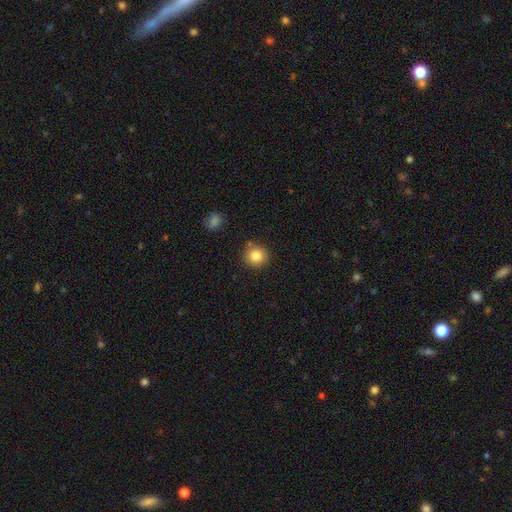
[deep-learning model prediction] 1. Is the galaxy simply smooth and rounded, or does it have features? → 84% smooth, 10% star or artifact, 5% featured or disk.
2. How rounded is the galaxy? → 91% round, 8% in between, 1% cigar-shaped.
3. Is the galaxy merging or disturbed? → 83% none, 9% minor disturbance, 5% merger, 3% major disturbance.